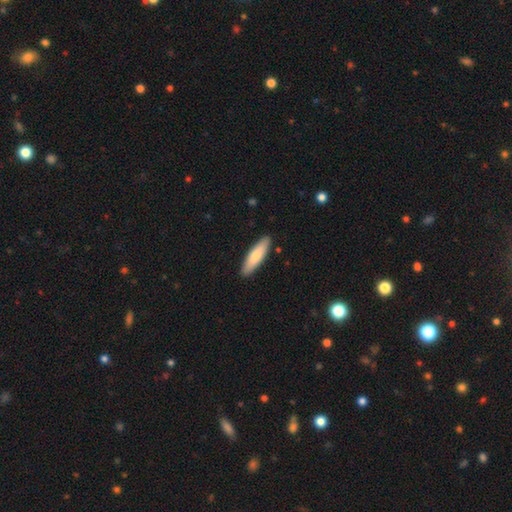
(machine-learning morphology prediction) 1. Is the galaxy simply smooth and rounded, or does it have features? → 77% smooth, 18% featured or disk, 5% star or artifact.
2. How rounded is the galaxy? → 66% cigar-shaped, 32% in between, 1% round.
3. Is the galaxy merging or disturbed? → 90% none, 8% minor disturbance, 1% major disturbance, 1% merger.